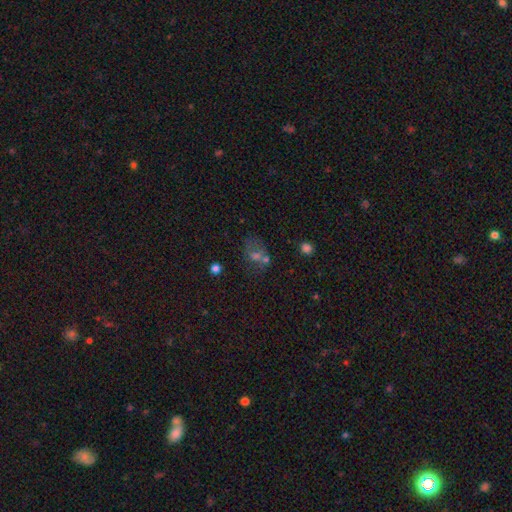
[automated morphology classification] smooth 44%, star or artifact 29%, featured or disk 27%. Down the decision tree: merging — none (40%).